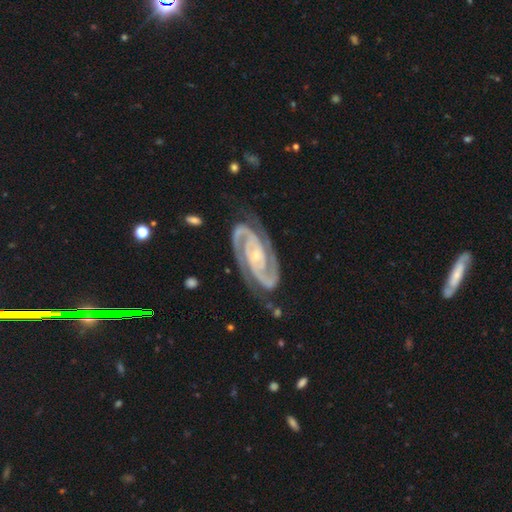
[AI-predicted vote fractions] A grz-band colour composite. It shows a featured or disk galaxy (94%) with no bar (49%), 2 (93%) tight (69%) spiral arms (99%) and a small central bulge (74%). Merging: none (80%).